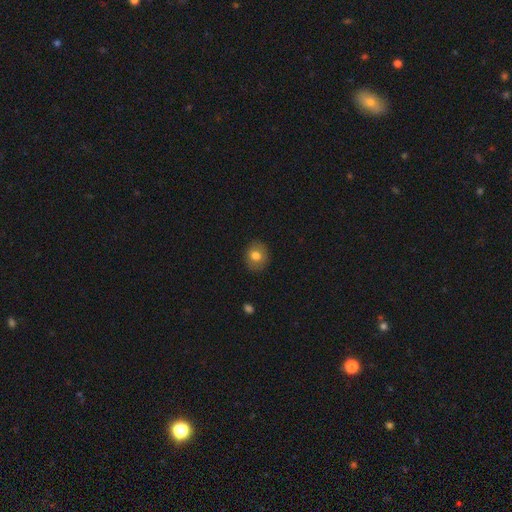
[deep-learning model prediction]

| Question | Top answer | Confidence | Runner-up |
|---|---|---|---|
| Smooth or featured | smooth | 77% | featured or disk (14%) |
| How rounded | round | 67% | in between (32%) |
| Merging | none | 87% | minor disturbance (10%) |